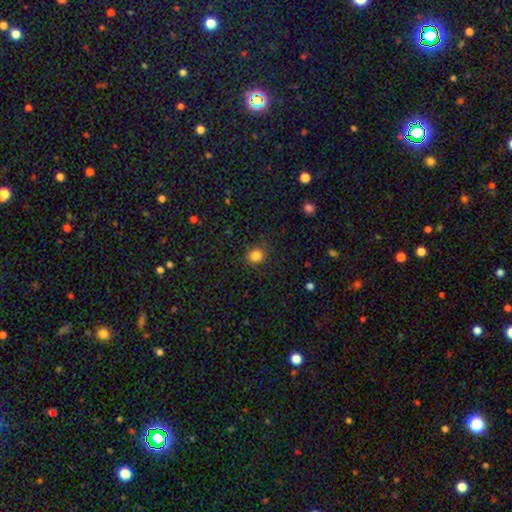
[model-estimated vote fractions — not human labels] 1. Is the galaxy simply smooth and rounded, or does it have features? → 84% smooth, 12% star or artifact, 4% featured or disk.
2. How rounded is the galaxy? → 83% round, 16% in between, 1% cigar-shaped.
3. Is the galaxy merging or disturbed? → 86% none, 10% minor disturbance, 3% major disturbance, 1% merger.